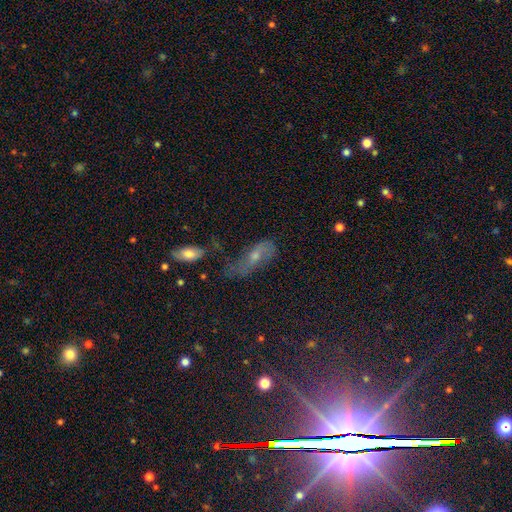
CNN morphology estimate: A smooth galaxy with no disk features (43%).

Vote fractions:
- Smooth or featured? smooth: 43% / featured or disk: 40% / star or artifact: 17%
- Merging? none: 34% / major disturbance: 30% / minor disturbance: 27% / merger: 9%